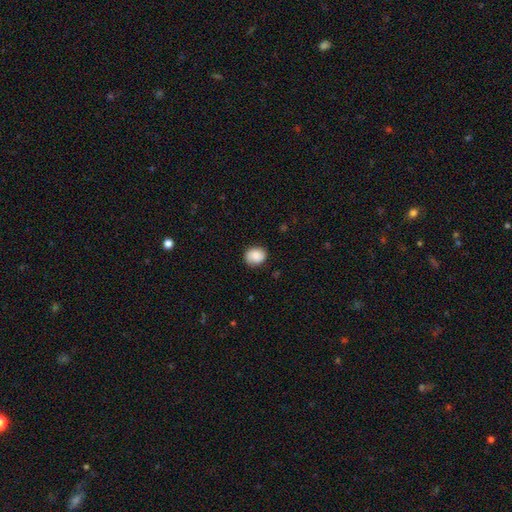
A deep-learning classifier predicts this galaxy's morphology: Smooth or featured? smooth (82%)
How rounded? round (62%)
Merging? none (80%)